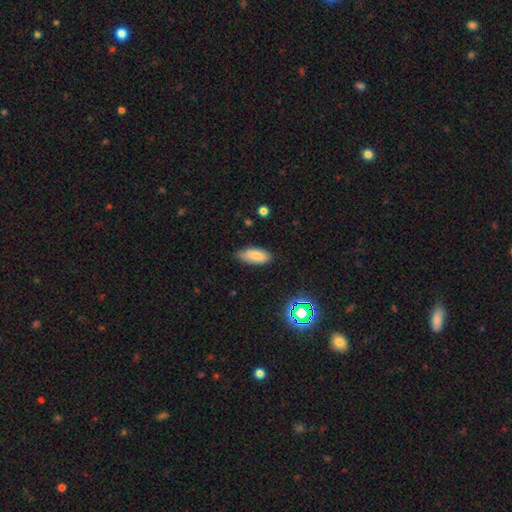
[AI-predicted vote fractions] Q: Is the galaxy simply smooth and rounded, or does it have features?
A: smooth — 81%.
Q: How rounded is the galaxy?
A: in between — 86%.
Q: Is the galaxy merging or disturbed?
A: none — 76%.